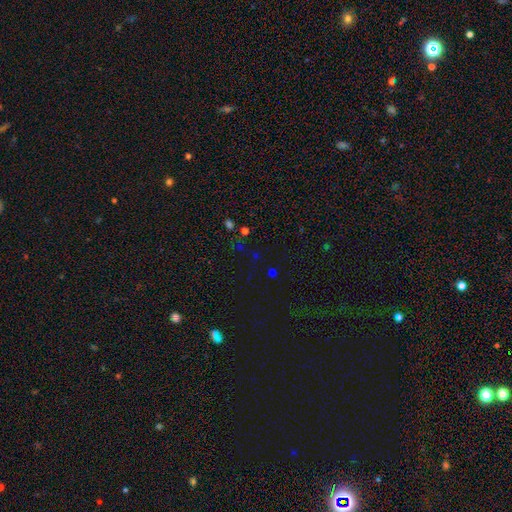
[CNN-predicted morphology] Smooth or featured: star or artifact — 57% (smooth — 35%)